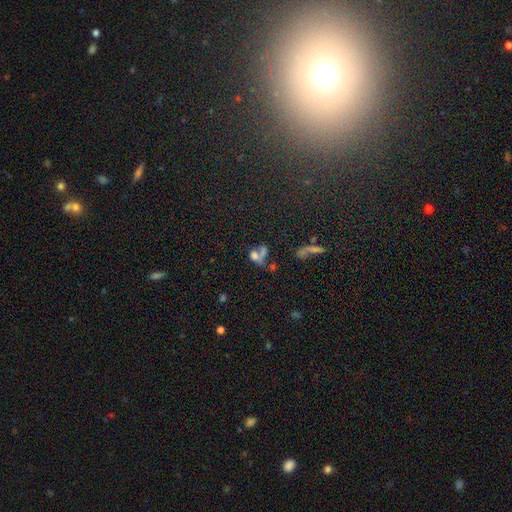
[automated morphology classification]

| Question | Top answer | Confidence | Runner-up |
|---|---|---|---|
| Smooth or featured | smooth | 55% | star or artifact (24%) |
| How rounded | in between | 56% | round (38%) |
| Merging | merger | 47% | none (24%) |